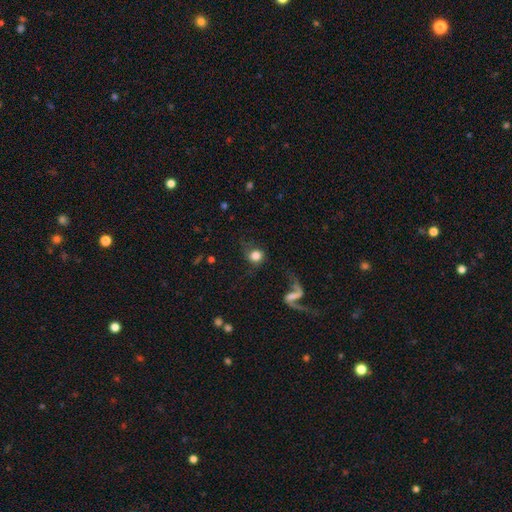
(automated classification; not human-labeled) Smooth or featured? smooth (69%)
How rounded? round (88%)
Merging? none (62%)